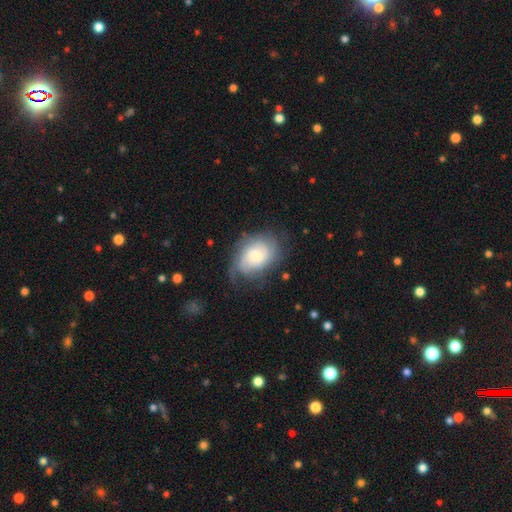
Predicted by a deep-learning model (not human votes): The model was most divided on "bulge size": moderate: 45%, small: 38%, large: 11%, none: 4%, dominant: 2%. Remaining: edge-on disk — no (97%); spiral arms — yes (91%); smooth or featured — featured or disk (67%); bar — no (64%); merging — none (58%); spiral winding — tight (49%); spiral arm count — can't tell (40%).